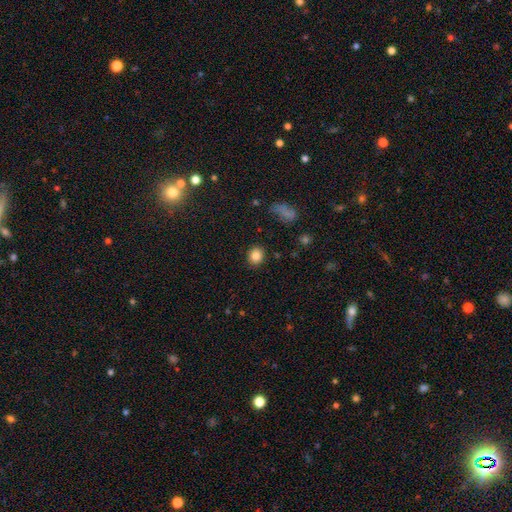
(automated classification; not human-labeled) smooth 85%, star or artifact 10%, featured or disk 5%. Down the decision tree: how rounded — round (78%); merging — none (89%).